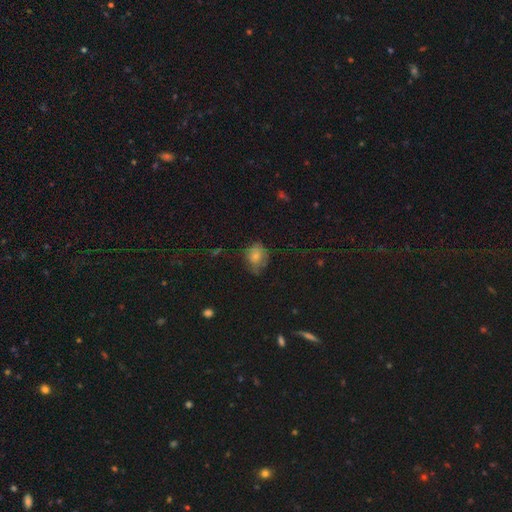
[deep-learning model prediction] A smooth galaxy with no disk features (73%) that is round (53%).

Vote fractions:
- Smooth or featured? smooth: 73% / featured or disk: 16% / star or artifact: 11%
- How rounded? round: 53% / in between: 46% / cigar-shaped: 1%
- Merging? none: 51% / minor disturbance: 33% / major disturbance: 14% / merger: 2%